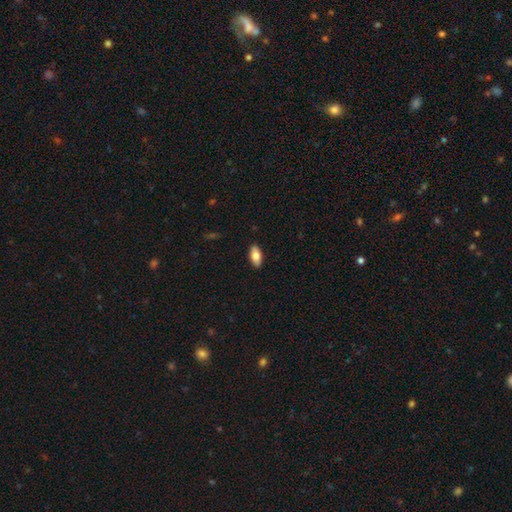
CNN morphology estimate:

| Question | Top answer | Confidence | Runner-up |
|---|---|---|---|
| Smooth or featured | smooth | 77% | featured or disk (17%) |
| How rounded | in between | 90% | cigar-shaped (8%) |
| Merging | none | 89% | minor disturbance (8%) |